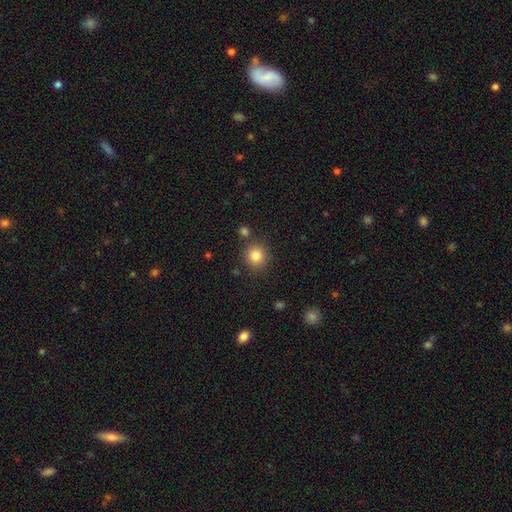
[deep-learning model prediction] Smooth or featured? Predicted: smooth (p=0.83). How rounded? Predicted: round (p=0.90). Merging? Predicted: none (p=0.84).